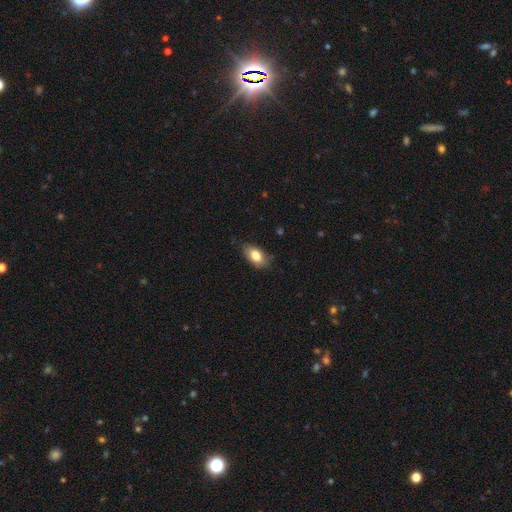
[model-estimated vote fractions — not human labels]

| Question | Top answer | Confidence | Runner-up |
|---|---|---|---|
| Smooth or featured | smooth | 81% | featured or disk (12%) |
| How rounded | in between | 91% | round (7%) |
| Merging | none | 78% | minor disturbance (18%) |